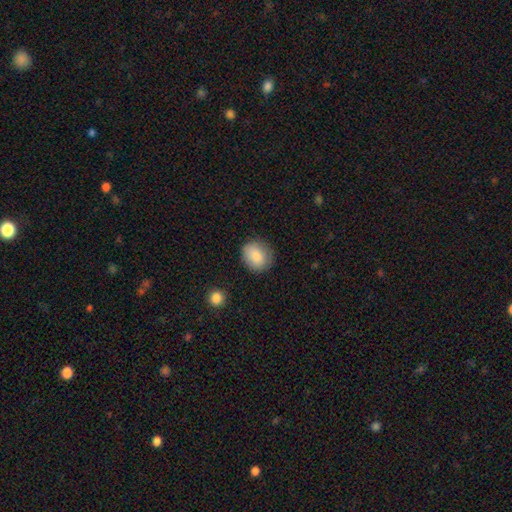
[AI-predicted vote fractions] Smooth or featured?
  - smooth: 86% *
  - star or artifact: 7%
  - featured or disk: 7%
How rounded?
  - round: 66% *
  - in between: 33%
  - cigar-shaped: 1%
Merging?
  - none: 81% *
  - minor disturbance: 14%
  - major disturbance: 4%
  - merger: 2%